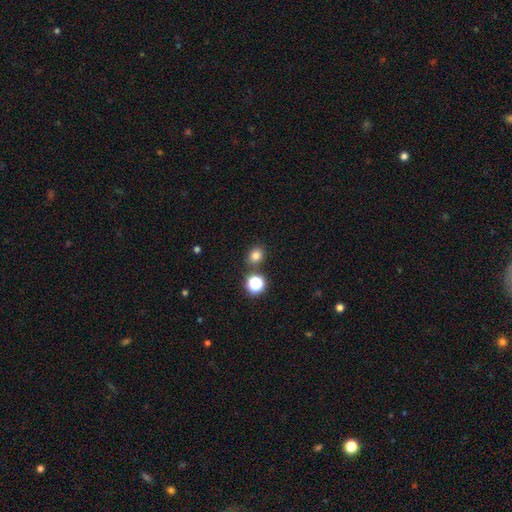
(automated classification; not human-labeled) Smooth or featured? smooth (78%)
How rounded? round (67%)
Merging? none (82%)